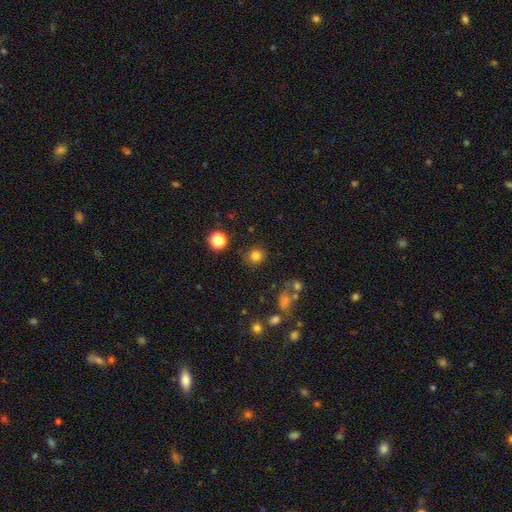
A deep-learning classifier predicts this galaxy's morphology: smooth_or_featured: smooth (p=0.79) [alt: star or artifact p=0.15]
how_rounded: round (p=0.91) [alt: in between p=0.08]
merging: none (p=0.85) [alt: minor disturbance p=0.09]